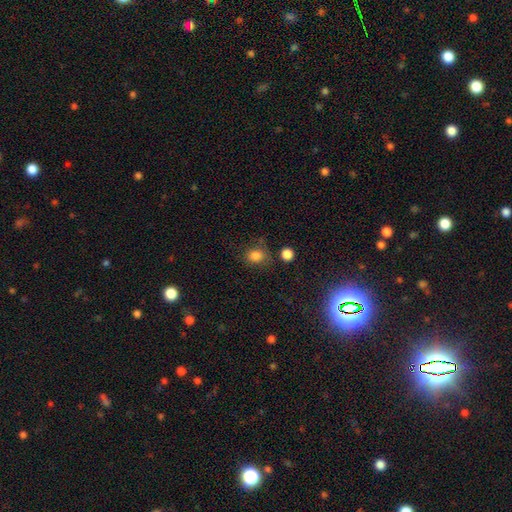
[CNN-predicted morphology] smooth_or_featured: smooth (p=0.83) [alt: star or artifact p=0.12]
how_rounded: round (p=0.63) [alt: in between p=0.36]
merging: none (p=0.72) [alt: minor disturbance p=0.17]